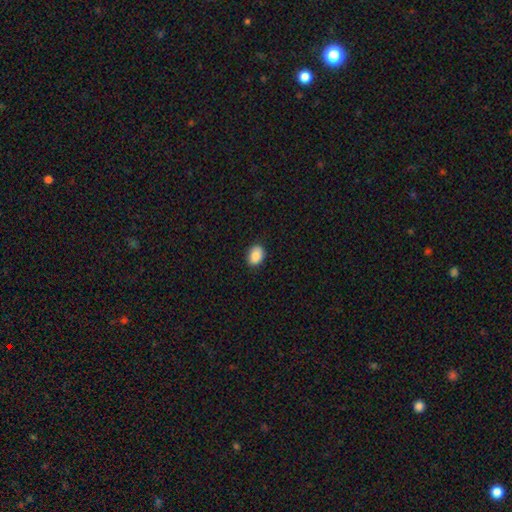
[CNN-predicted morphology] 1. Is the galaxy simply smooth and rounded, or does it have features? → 89% smooth, 7% star or artifact, 3% featured or disk.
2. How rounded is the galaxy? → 79% in between, 20% round, 1% cigar-shaped.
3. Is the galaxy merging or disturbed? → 87% none, 10% minor disturbance, 2% major disturbance, 1% merger.